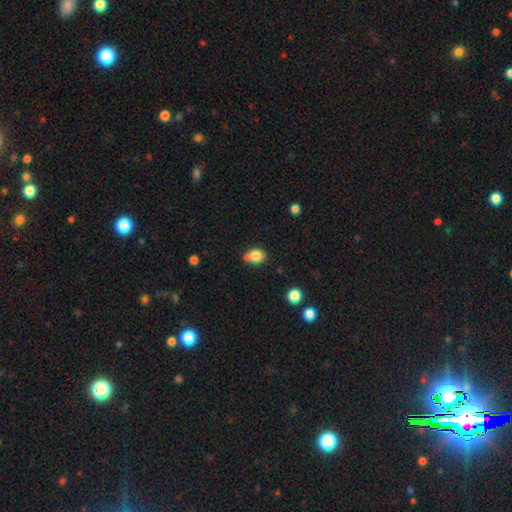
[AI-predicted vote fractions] A smooth galaxy with no disk features (82%) that is round (52%). Merging: none (61%).